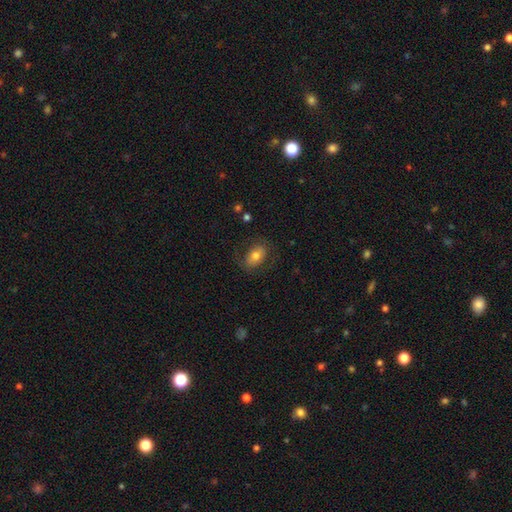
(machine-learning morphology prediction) Q: Smooth or featured?
A: smooth (69%); runner-up: featured or disk (23%)
Q: How rounded?
A: in between (82%); runner-up: round (17%)
Q: Merging?
A: none (74%); runner-up: minor disturbance (16%)